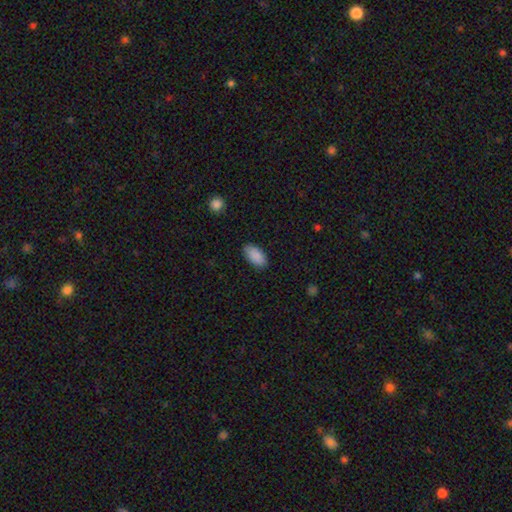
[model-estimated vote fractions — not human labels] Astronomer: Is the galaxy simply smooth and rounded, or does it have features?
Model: smooth — 90%.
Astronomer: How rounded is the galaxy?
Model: in between — 94%.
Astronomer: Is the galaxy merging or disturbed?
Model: none — 86%.